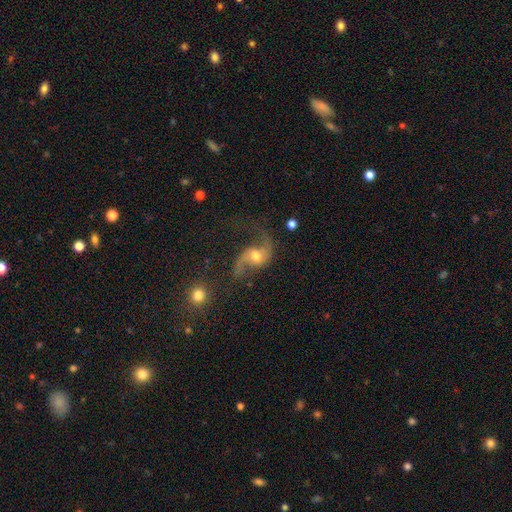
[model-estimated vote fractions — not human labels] smooth_or_featured: featured or disk (p=0.85) [alt: smooth p=0.08]
disk_edge_on: no (p=0.97) [alt: yes p=0.03]
bar: no (p=0.63) [alt: weak p=0.28]
has_spiral_arms: yes (p=0.96) [alt: no p=0.04]
spiral_winding: loose (p=0.78) [alt: medium p=0.19]
spiral_arm_count: 2 (p=0.90) [alt: 1 p=0.05]
bulge_size: moderate (p=0.64) [alt: small p=0.25]
merging: none (p=0.59) [alt: major disturbance p=0.19]